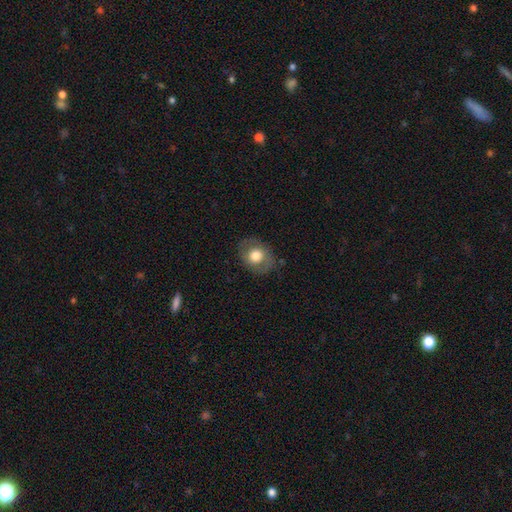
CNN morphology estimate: smooth-or-featured: smooth: 67% | featured or disk: 25% | star or artifact: 7%
  how-rounded: round: 52% | in between: 47% | cigar-shaped: 1%
  merging: none: 79% | minor disturbance: 14% | major disturbance: 5% | merger: 1%